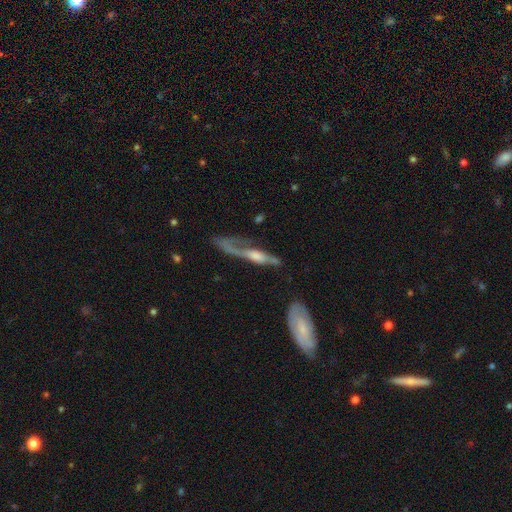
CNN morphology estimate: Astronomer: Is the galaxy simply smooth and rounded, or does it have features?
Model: featured or disk — 70%.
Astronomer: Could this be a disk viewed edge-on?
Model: yes — 54% (runner-up: no, 46%).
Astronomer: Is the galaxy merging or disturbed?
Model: major disturbance — 43% (runner-up: none, 31%).